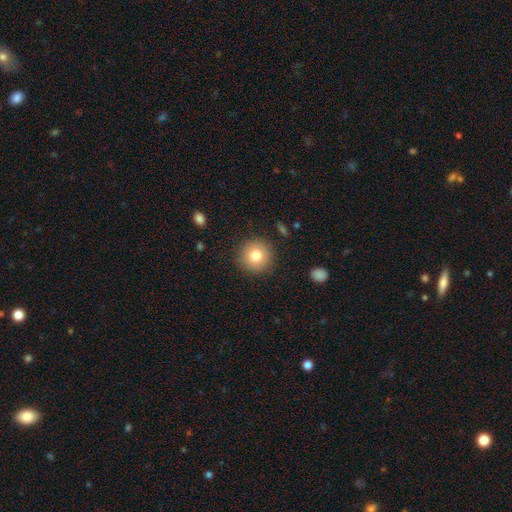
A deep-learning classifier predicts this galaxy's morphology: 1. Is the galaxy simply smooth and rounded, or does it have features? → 80% smooth, 11% featured or disk, 10% star or artifact.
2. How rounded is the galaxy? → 94% round, 5% in between, 1% cigar-shaped.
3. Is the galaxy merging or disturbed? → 89% none, 8% minor disturbance, 3% major disturbance, 1% merger.